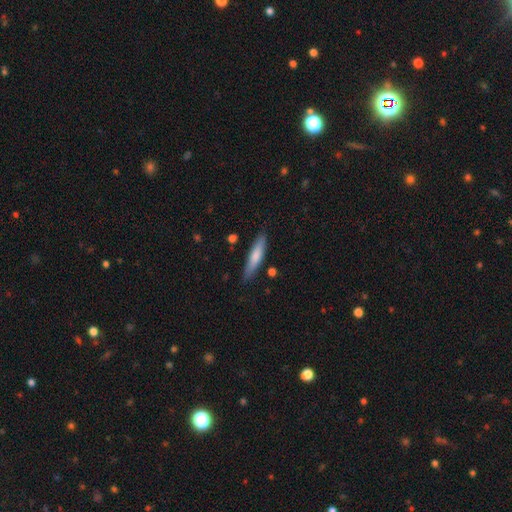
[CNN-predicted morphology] Q: Smooth or featured?
A: smooth (71%); runner-up: featured or disk (23%)
Q: How rounded?
A: cigar-shaped (83%); runner-up: in between (15%)
Q: Merging?
A: none (84%); runner-up: minor disturbance (11%)